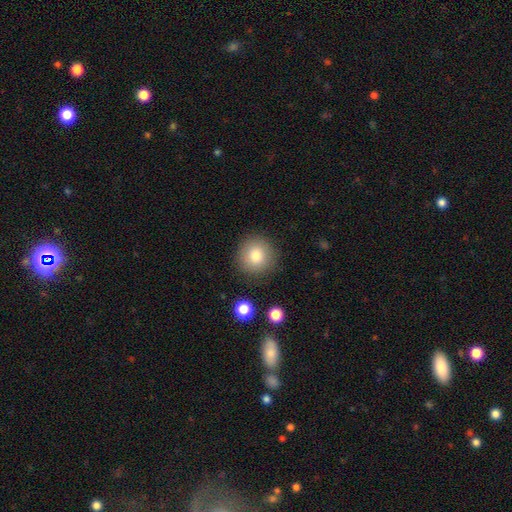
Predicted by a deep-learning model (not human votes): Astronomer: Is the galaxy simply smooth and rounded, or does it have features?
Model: smooth — 80%.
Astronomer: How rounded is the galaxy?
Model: round — 94%.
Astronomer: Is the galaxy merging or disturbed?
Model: none — 87%.